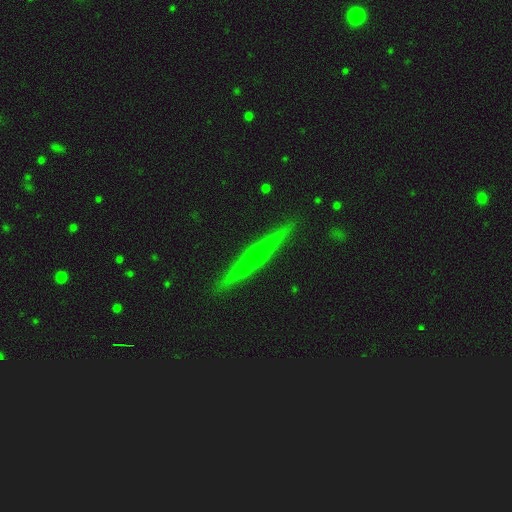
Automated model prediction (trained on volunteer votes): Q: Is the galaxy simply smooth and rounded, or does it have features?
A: featured or disk — 72%.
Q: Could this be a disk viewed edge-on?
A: yes — 97%.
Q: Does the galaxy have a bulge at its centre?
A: rounded — 69%.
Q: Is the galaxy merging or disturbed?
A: none — 86%.